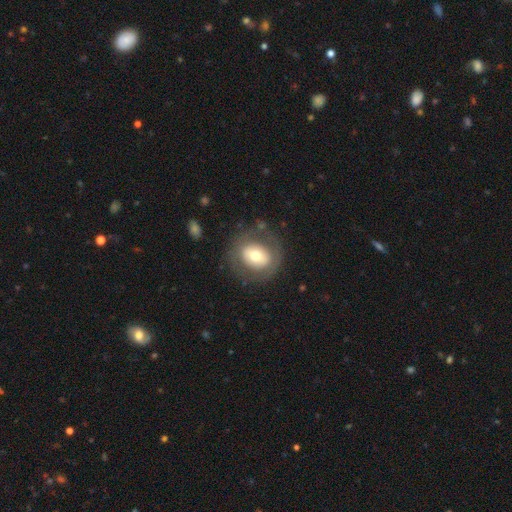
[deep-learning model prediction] smooth_or_featured: smooth (p=0.55) [alt: featured or disk p=0.37]
how_rounded: round (p=0.68) [alt: in between p=0.31]
merging: none (p=0.77) [alt: minor disturbance p=0.13]